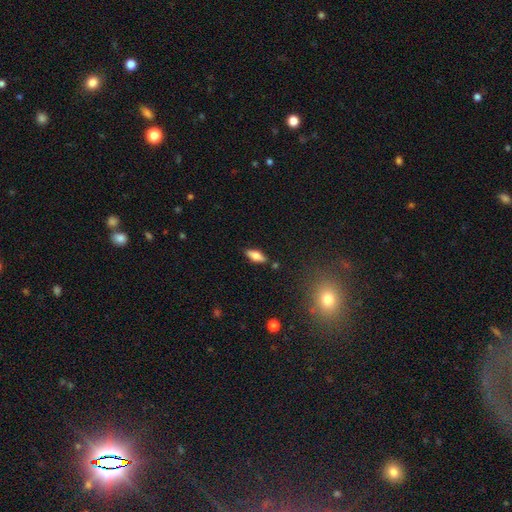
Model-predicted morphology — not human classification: Q: Smooth or featured?
A: smooth (62%); runner-up: featured or disk (30%)
Q: How rounded?
A: in between (71%); runner-up: cigar-shaped (26%)
Q: Merging?
A: none (85%); runner-up: minor disturbance (11%)